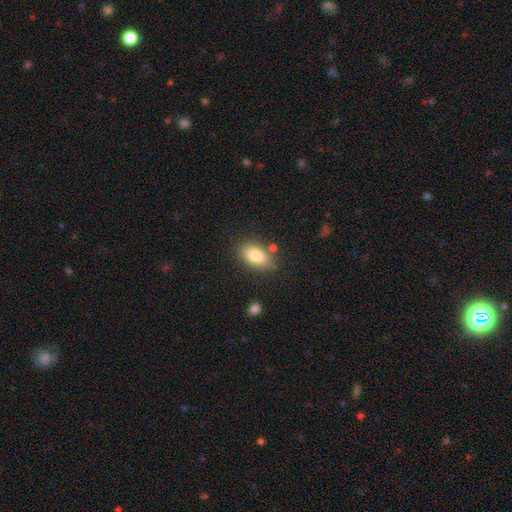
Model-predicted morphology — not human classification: smooth-or-featured: smooth: 80% | featured or disk: 12% | star or artifact: 8%
  how-rounded: in between: 89% | round: 8% | cigar-shaped: 3%
  merging: none: 76% | minor disturbance: 15% | merger: 6% | major disturbance: 4%